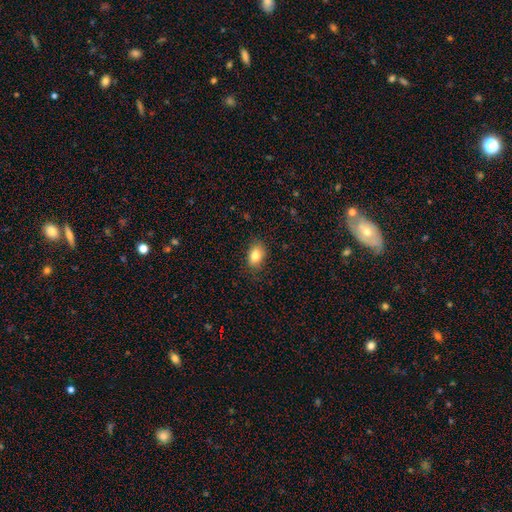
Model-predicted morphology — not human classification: type=smooth (83%); roundness=in between (81%); merging=none (84%).